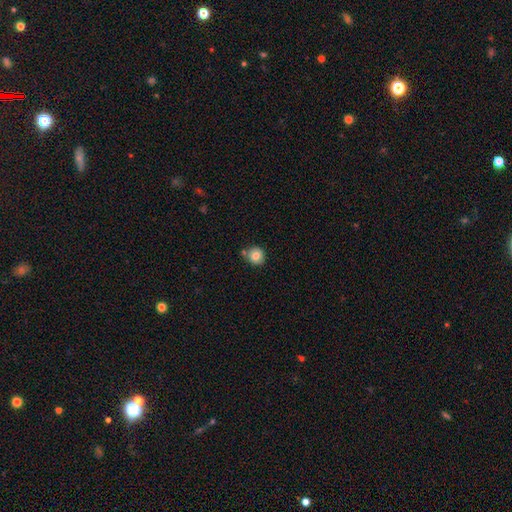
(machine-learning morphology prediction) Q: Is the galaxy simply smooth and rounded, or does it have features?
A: smooth — 80%.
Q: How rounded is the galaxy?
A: round — 90%.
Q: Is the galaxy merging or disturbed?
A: none — 74%.